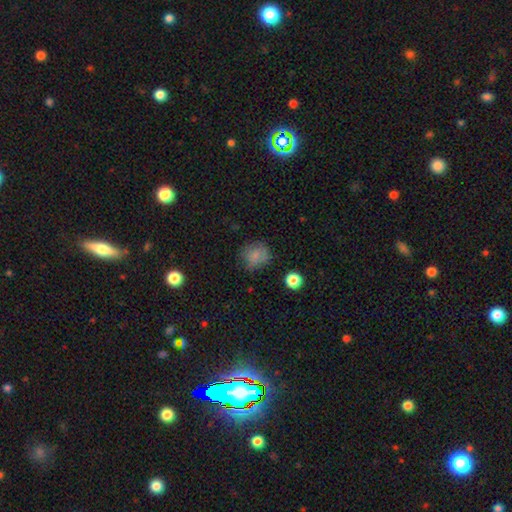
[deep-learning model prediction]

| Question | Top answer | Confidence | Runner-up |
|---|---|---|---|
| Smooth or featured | smooth | 79% | star or artifact (12%) |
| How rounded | round | 81% | in between (18%) |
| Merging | none | 70% | minor disturbance (21%) |